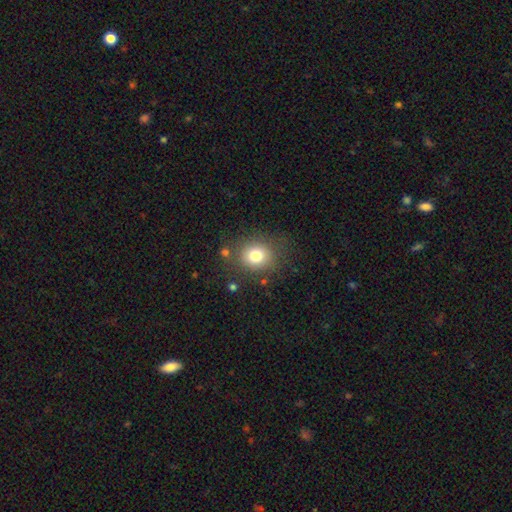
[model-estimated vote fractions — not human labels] smooth 79%, star or artifact 12%, featured or disk 9%. Down the decision tree: how rounded — round (74%); merging — none (79%).